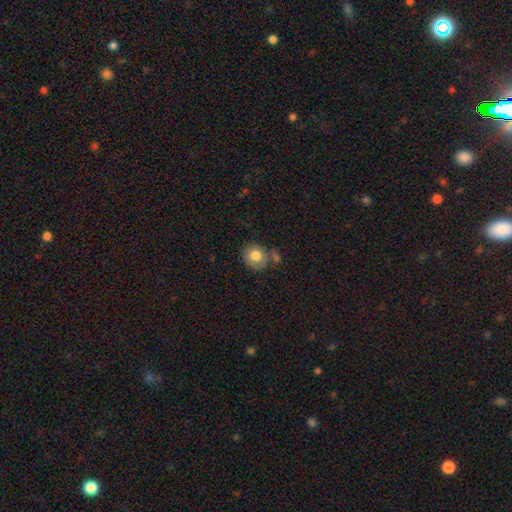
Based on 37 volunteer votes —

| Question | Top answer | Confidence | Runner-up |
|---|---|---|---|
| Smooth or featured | smooth | 78% | featured or disk (19%) |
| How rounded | round | 90% | in between (10%) |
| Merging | none | 58% | minor disturbance (19%) |